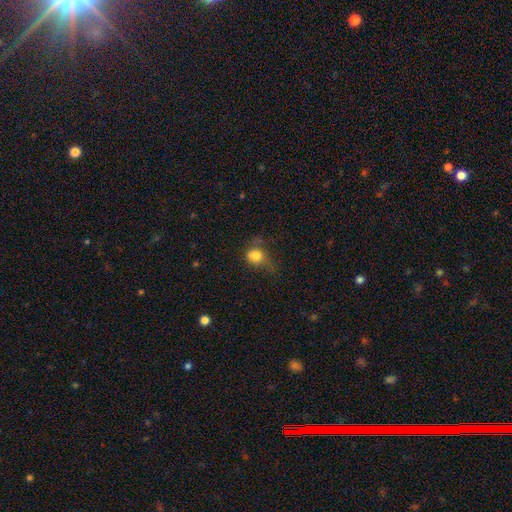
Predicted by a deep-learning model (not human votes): A smooth galaxy with no disk features (78%) that is round (63%).

Vote fractions:
- Smooth or featured? smooth: 78% / star or artifact: 11% / featured or disk: 11%
- How rounded? round: 63% / in between: 36% / cigar-shaped: 1%
- Merging? none: 41% / minor disturbance: 32% / major disturbance: 23% / merger: 4%